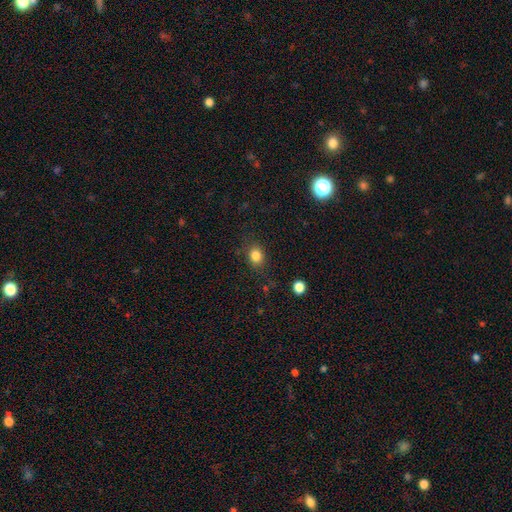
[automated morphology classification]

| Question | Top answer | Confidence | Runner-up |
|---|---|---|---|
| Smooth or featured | smooth | 83% | star or artifact (12%) |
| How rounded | round | 59% | in between (40%) |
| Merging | none | 81% | minor disturbance (13%) |